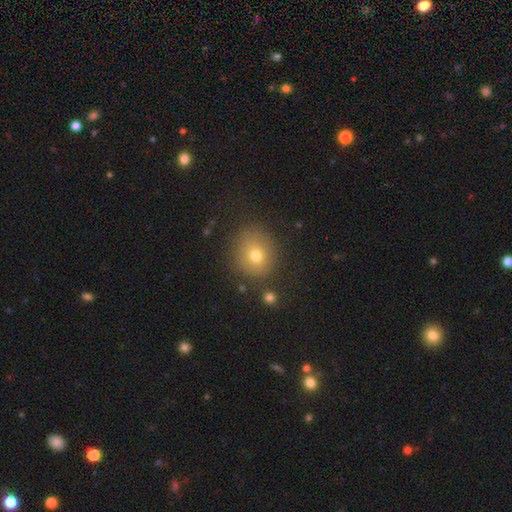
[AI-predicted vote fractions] A smooth galaxy with no disk features (71%) that is round (79%). Merging: none (78%).